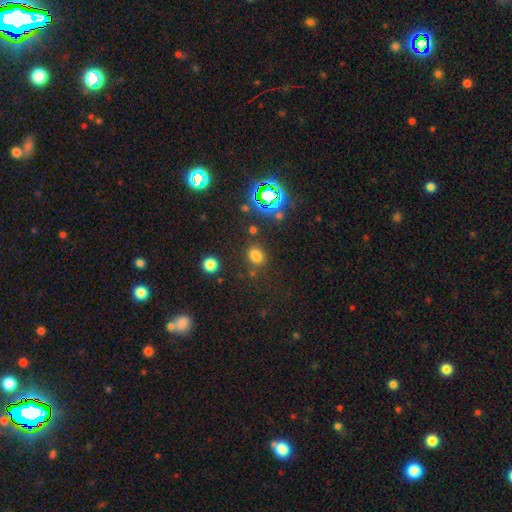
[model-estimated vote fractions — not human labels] Smooth or featured? smooth (70%)
How rounded? round (60%)
Merging? none (78%)